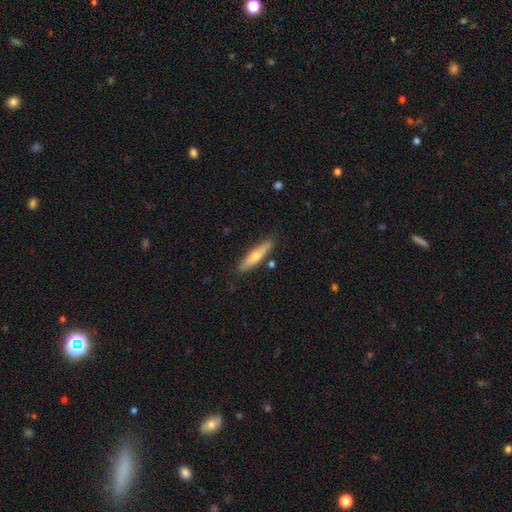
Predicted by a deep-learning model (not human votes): Overall: smooth (50%; featured or disk 44%). Merging: none (85%).